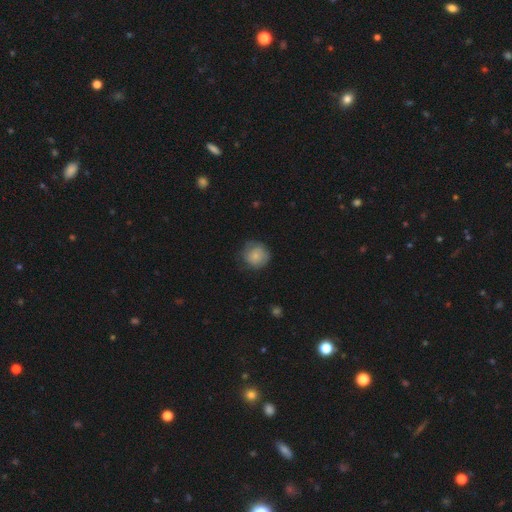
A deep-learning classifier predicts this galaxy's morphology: Overall: smooth (75%). How rounded: round (91%). Merging: none (69%).